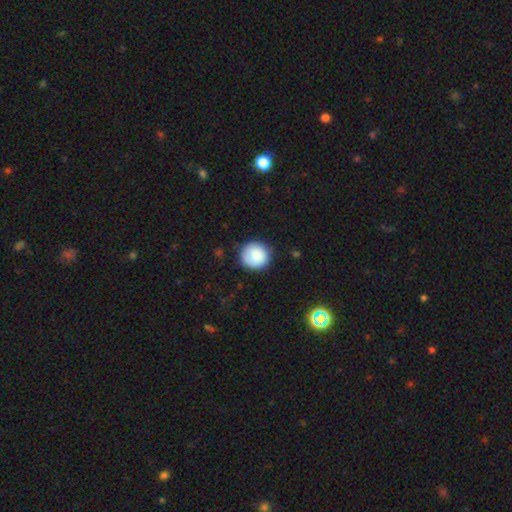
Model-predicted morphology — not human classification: This appears to be a smooth galaxy with no disk features (87%) that is round (93%). Merging: none (84%).